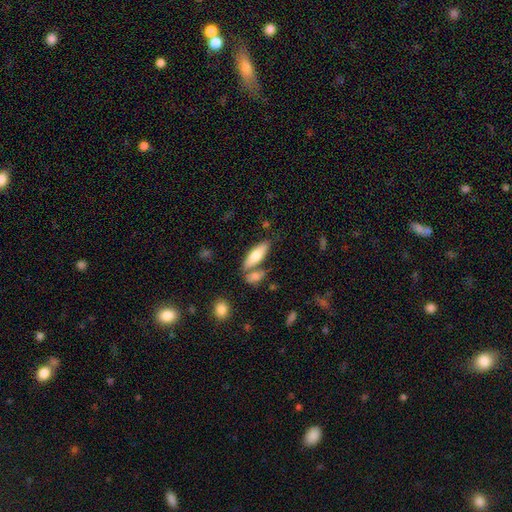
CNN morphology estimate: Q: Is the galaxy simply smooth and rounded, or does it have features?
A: smooth — 70%.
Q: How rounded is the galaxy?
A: in between — 57%.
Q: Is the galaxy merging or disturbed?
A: none — 59%.